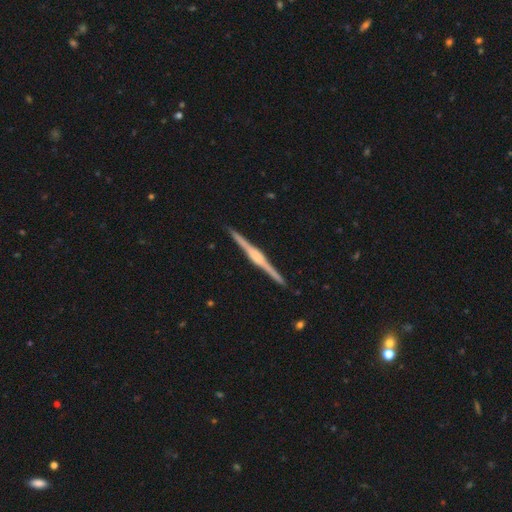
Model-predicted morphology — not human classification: A featured or disk galaxy (87%) viewed edge-on (99%) with a rounded central bulge (60%).

Vote fractions:
- Smooth or featured? featured or disk: 87% / smooth: 9% / star or artifact: 5%
- Edge-on disk? yes: 99% / no: 1%
- Edge-on bulge? rounded: 60% / boxy: 30% / none: 10%
- Merging? none: 93% / minor disturbance: 5% / major disturbance: 1% / merger: 1%